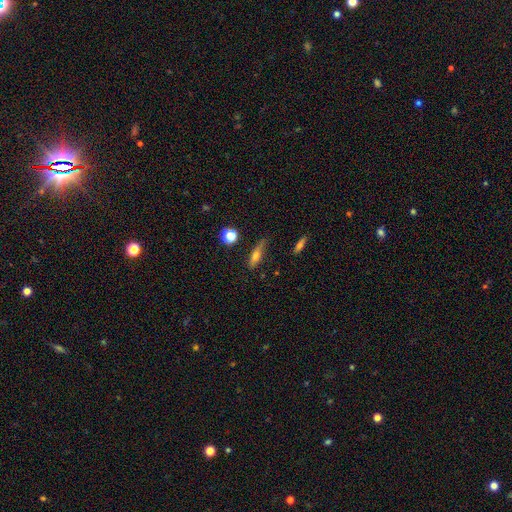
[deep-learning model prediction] Q: Smooth or featured?
A: smooth (52%); runner-up: featured or disk (38%)
Q: How rounded?
A: cigar-shaped (60%); runner-up: in between (34%)
Q: Merging?
A: none (73%); runner-up: minor disturbance (20%)